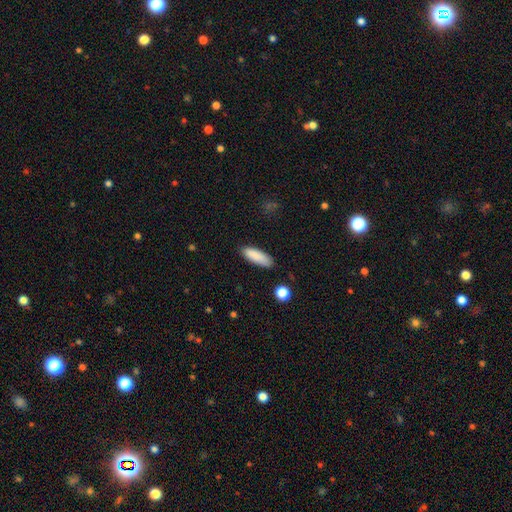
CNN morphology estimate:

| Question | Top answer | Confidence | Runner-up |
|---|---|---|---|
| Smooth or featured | smooth | 87% | star or artifact (7%) |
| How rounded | in between | 57% | cigar-shaped (41%) |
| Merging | none | 85% | minor disturbance (11%) |